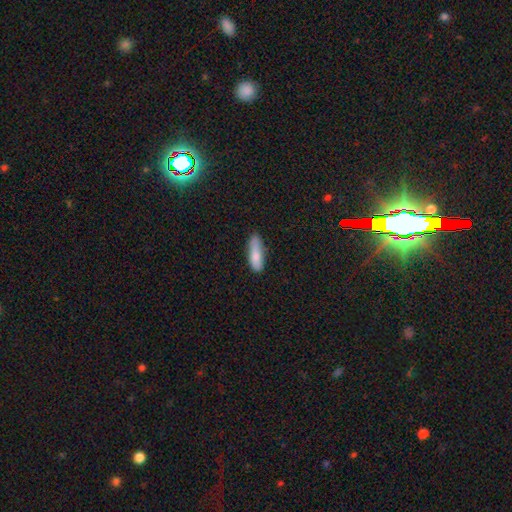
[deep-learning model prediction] Smooth or featured: smooth — 83% (featured or disk — 11%)
How rounded: cigar-shaped — 54% (in between — 44%)
Merging: none — 70% (minor disturbance — 24%)